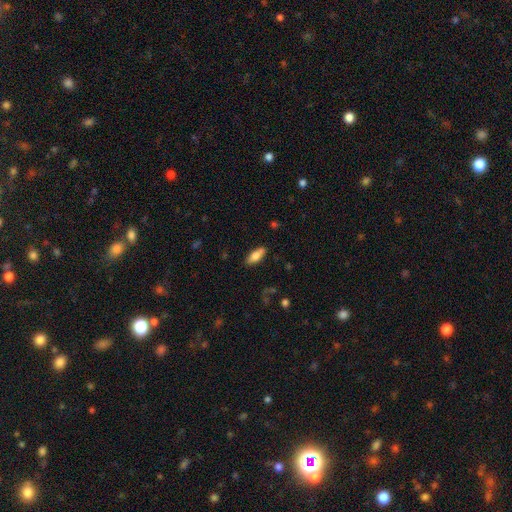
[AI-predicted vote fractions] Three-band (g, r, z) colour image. It shows a smooth galaxy with no disk features (76%) that is in between round and cigar-shaped (76%). Merging: none (80%).